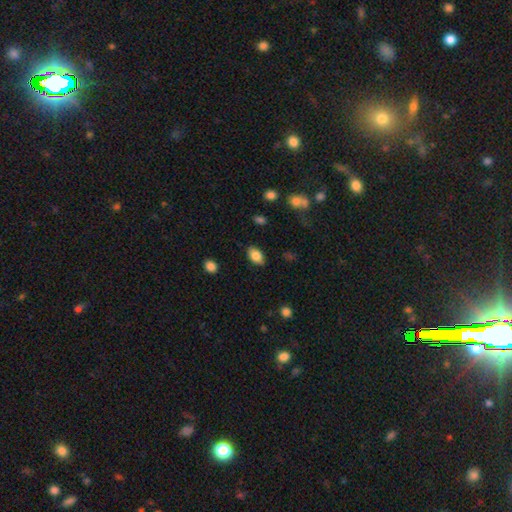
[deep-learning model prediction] smooth_or_featured: smooth (p=0.83) [alt: featured or disk p=0.09]
how_rounded: in between (p=0.91) [alt: round p=0.08]
merging: none (p=0.85) [alt: minor disturbance p=0.11]